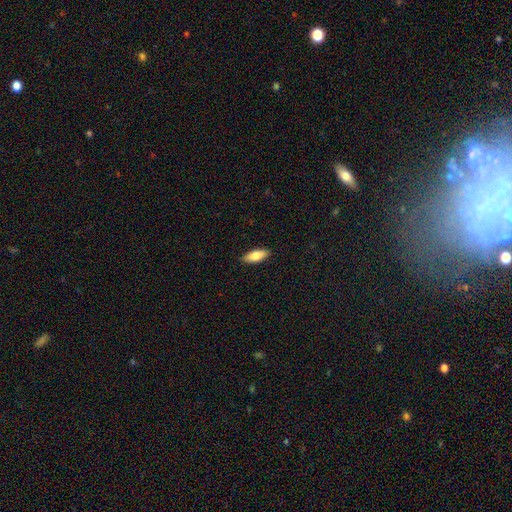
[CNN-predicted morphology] type=smooth (79%); roundness=in between (74%); merging=none (89%).